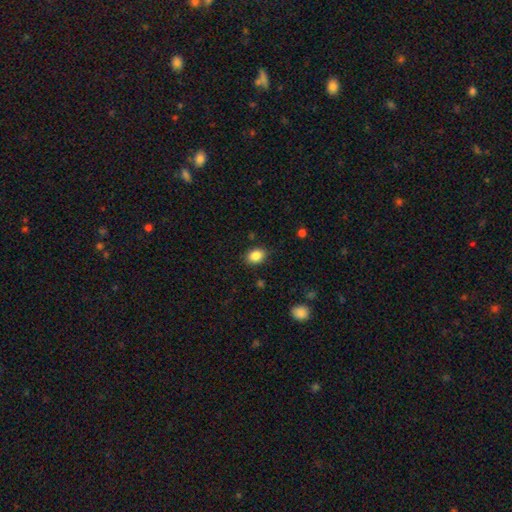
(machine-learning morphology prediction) This is clearly a smooth galaxy (86%). How rounded: likely in between (67%). Merging: clearly none (86%).